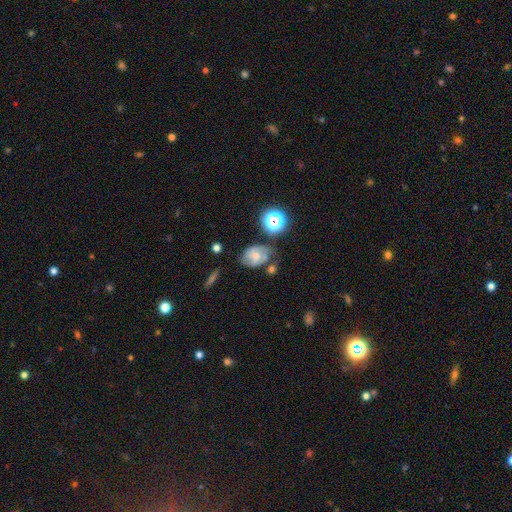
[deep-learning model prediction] featured or disk 46%, smooth 39%, star or artifact 15%. Down the decision tree: merging — none (52%).